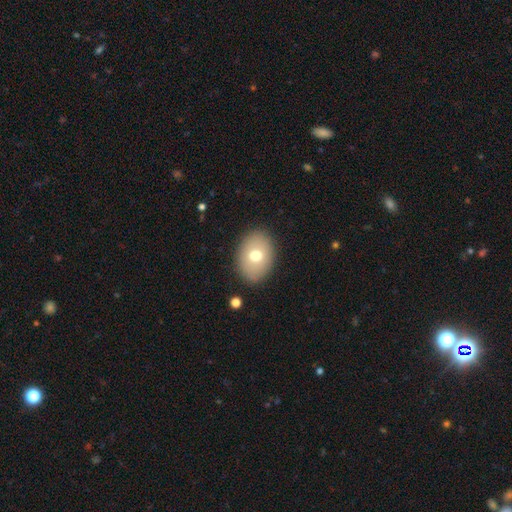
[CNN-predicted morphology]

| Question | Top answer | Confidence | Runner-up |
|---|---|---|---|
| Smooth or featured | smooth | 71% | featured or disk (20%) |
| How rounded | in between | 73% | round (26%) |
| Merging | none | 87% | minor disturbance (9%) |